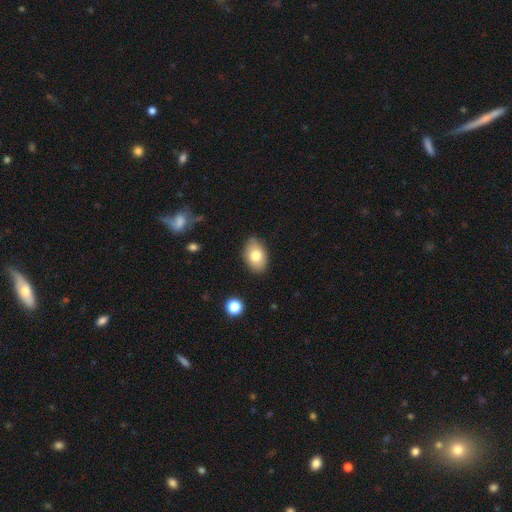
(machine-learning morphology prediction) Smooth or featured: smooth — 79% (featured or disk — 14%)
How rounded: in between — 87% (round — 11%)
Merging: none — 84% (minor disturbance — 12%)